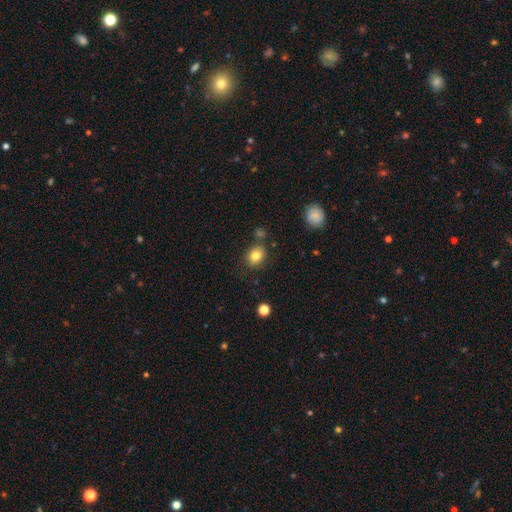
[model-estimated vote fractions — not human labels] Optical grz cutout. It shows a smooth galaxy with no disk features (81%) that is round (52%). Merging: none (78%).